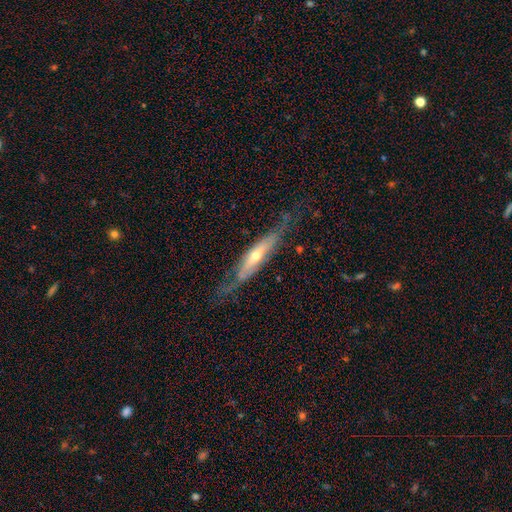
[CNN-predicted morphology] This appears to be a featured or disk galaxy (72%) viewed edge-on (63%). Merging: none (63%).